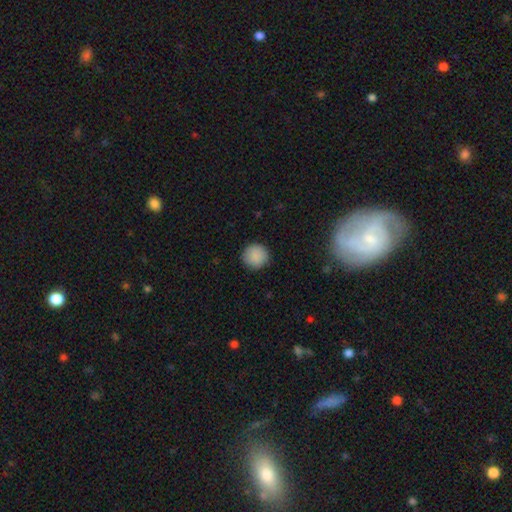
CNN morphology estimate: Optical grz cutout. It shows a smooth galaxy with no disk features (89%) that is round (94%). Merging: none (90%).